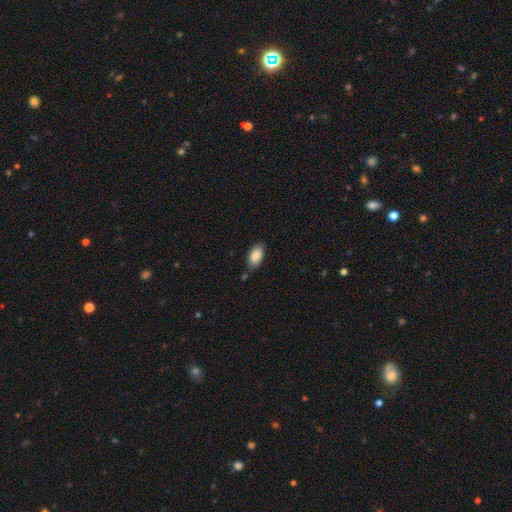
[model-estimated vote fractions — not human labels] A smooth galaxy with no disk features (86%) that is in between round and cigar-shaped (93%).

Vote fractions:
- Smooth or featured? smooth: 86% / featured or disk: 7% / star or artifact: 7%
- How rounded? in between: 93% / round: 4% / cigar-shaped: 2%
- Merging? none: 76% / minor disturbance: 17% / merger: 4% / major disturbance: 3%